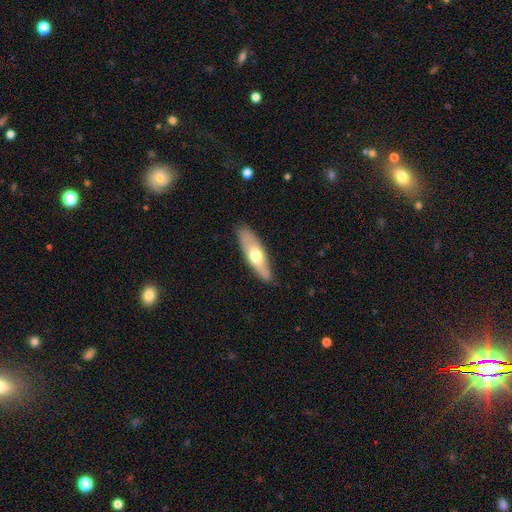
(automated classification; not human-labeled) Smooth or featured?
  - smooth: 54% *
  - featured or disk: 41%
  - star or artifact: 5%
How rounded?
  - cigar-shaped: 51% *
  - in between: 46%
  - round: 2%
Merging?
  - none: 84% *
  - minor disturbance: 12%
  - major disturbance: 2%
  - merger: 1%